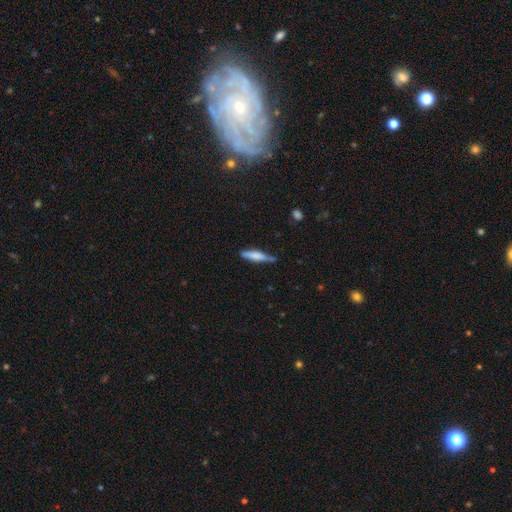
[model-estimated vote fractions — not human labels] Q: Smooth or featured?
A: smooth (61%); runner-up: featured or disk (33%)
Q: How rounded?
A: cigar-shaped (84%); runner-up: in between (14%)
Q: Merging?
A: none (73%); runner-up: minor disturbance (20%)